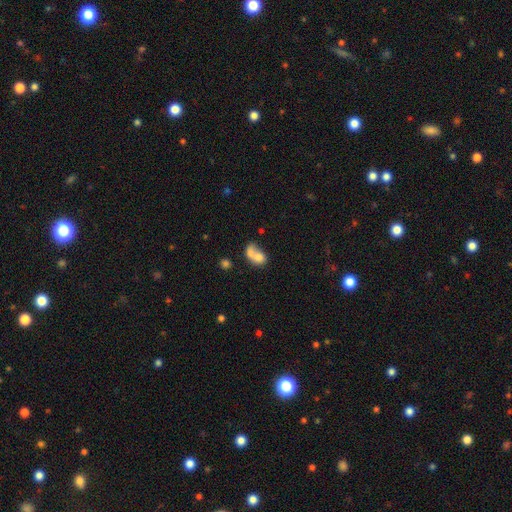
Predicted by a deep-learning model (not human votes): Q: Smooth or featured?
A: smooth (68%); runner-up: featured or disk (23%)
Q: How rounded?
A: in between (64%); runner-up: round (34%)
Q: Merging?
A: merger (66%); runner-up: none (17%)